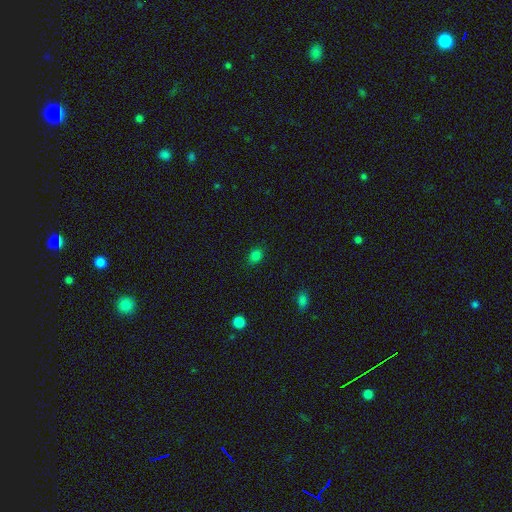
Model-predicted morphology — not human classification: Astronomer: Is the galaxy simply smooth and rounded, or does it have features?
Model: smooth — 80%.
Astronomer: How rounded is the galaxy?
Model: in between — 54% (runner-up: round, 45%).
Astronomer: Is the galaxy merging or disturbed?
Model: none — 83%.